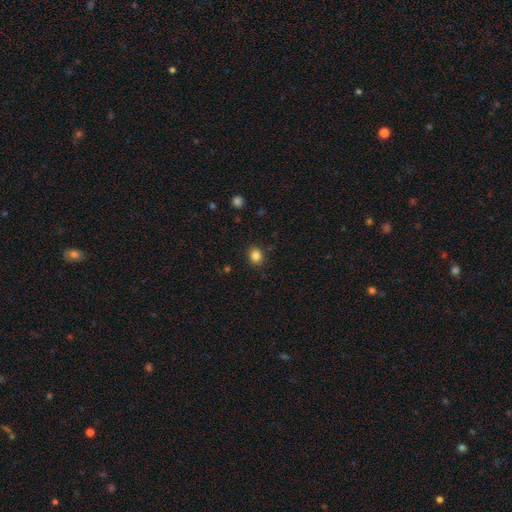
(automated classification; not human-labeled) A smooth galaxy with no disk features (84%) that is round (64%).

Vote fractions:
- Smooth or featured? smooth: 84% / star or artifact: 11% / featured or disk: 4%
- How rounded? round: 64% / in between: 35% / cigar-shaped: 1%
- Merging? none: 88% / minor disturbance: 9% / major disturbance: 2% / merger: 1%